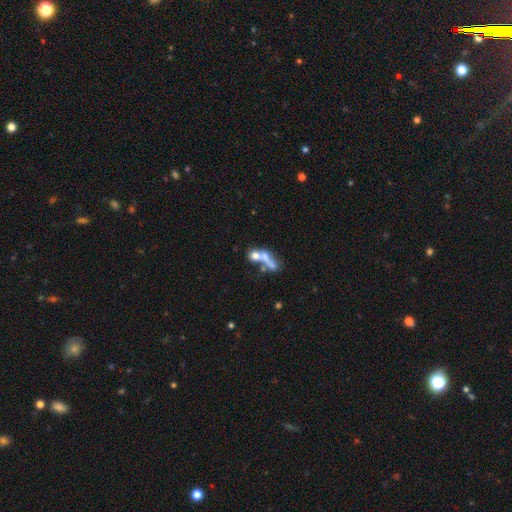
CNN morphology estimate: type=smooth (44%); merging=merger (48%).